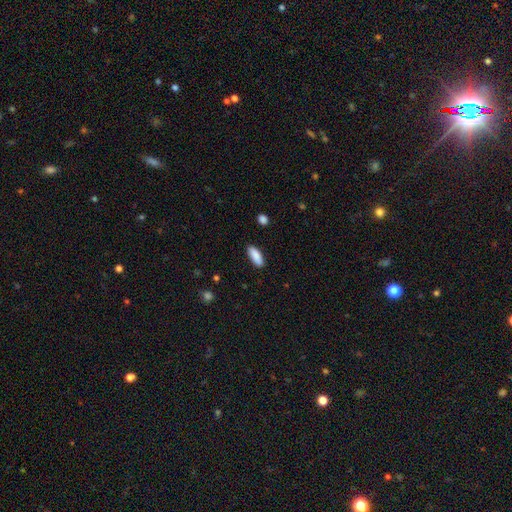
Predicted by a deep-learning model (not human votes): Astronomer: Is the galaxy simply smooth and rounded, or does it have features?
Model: smooth — 89%.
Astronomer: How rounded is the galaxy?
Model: in between — 72%.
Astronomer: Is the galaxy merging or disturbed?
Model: none — 88%.